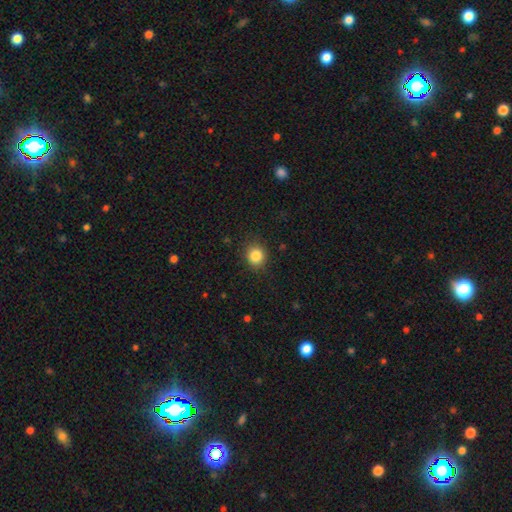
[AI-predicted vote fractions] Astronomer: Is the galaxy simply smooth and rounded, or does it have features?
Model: smooth — 85%.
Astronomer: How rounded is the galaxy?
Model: round — 85%.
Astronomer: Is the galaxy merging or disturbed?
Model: none — 88%.